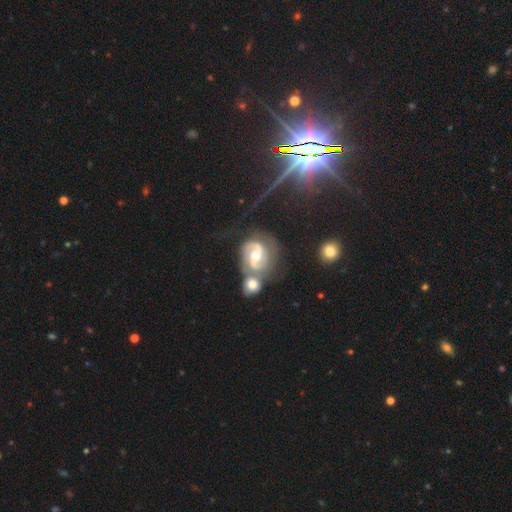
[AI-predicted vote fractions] Overall: featured or disk (83%). Edge-on disk: no (97%). Bar: weak (43%; no 34%). Spiral arms: yes (94%). Spiral arm count: 2 (86%). Spiral winding: medium (49%; tight 38%). Bulge size: moderate (73%). Merging: none (41%; merger 38%).